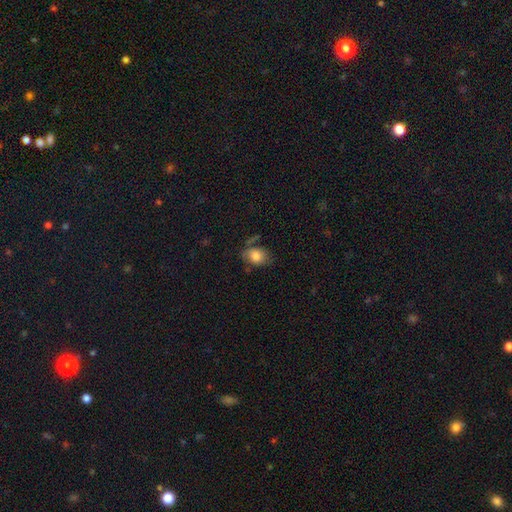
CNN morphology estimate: Smooth or featured? smooth (82%)
How rounded? in between (70%)
Merging? none (58%)